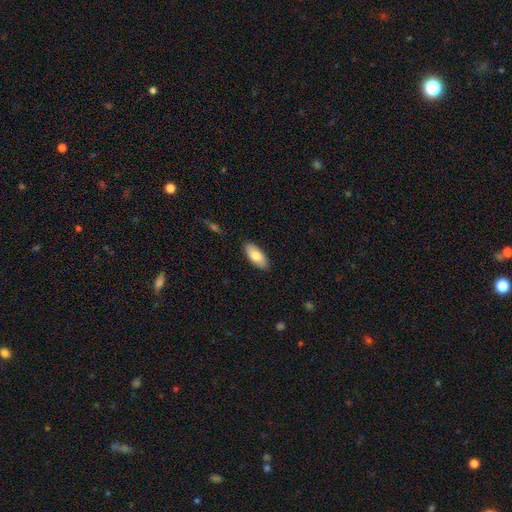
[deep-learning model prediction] The model was most divided on "smooth or featured": smooth: 80%, featured or disk: 14%, star or artifact: 6%. More confident: merging — none (89%); how rounded — in between (86%).